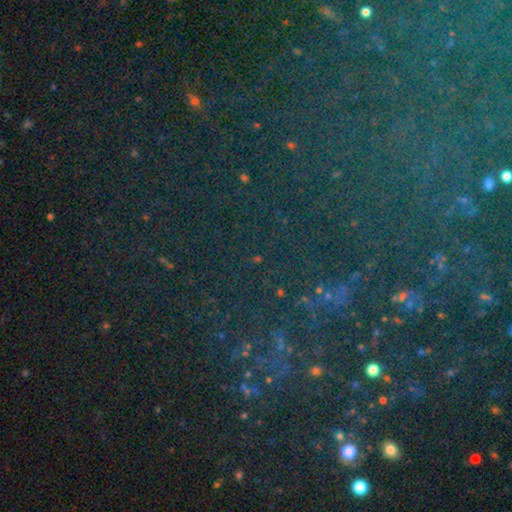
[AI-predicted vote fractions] A star or artifact, not a galaxy (80%).

Vote fractions:
- Smooth or featured? star or artifact: 80% / smooth: 12% / featured or disk: 8%